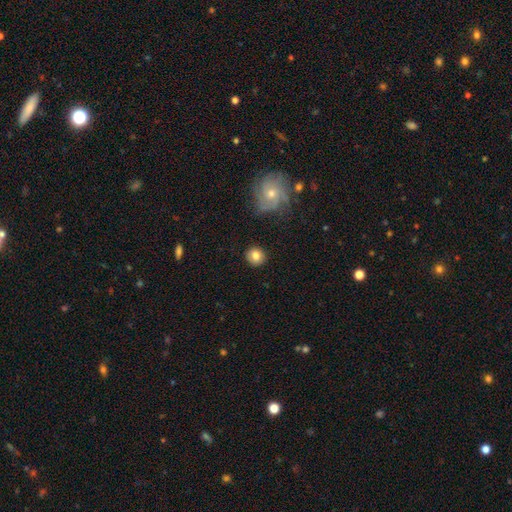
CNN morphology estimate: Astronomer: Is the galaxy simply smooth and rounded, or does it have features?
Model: smooth — 81%.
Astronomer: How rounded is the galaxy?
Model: round — 89%.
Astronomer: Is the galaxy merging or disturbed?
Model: none — 87%.